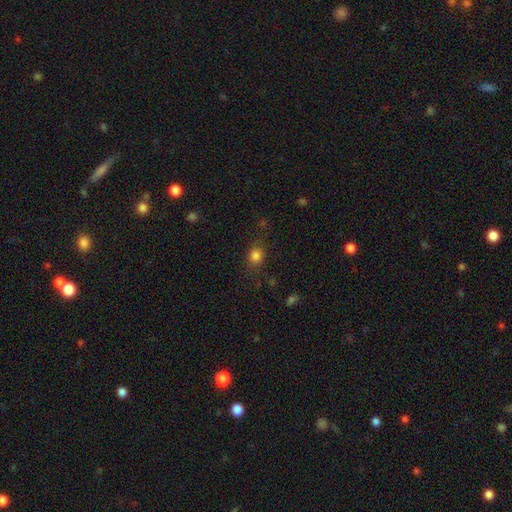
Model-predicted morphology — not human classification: smooth_or_featured: smooth (p=0.82) [alt: star or artifact p=0.12]
how_rounded: round (p=0.69) [alt: in between p=0.29]
merging: none (p=0.80) [alt: minor disturbance p=0.13]